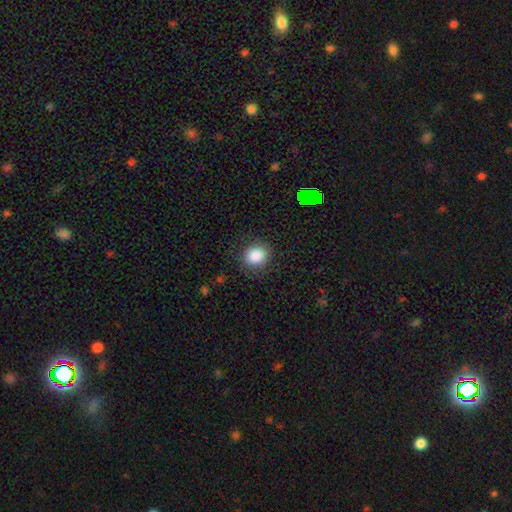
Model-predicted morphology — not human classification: smooth_or_featured: smooth (p=0.86) [alt: star or artifact p=0.10]
how_rounded: round (p=0.80) [alt: in between p=0.19]
merging: none (p=0.86) [alt: minor disturbance p=0.09]